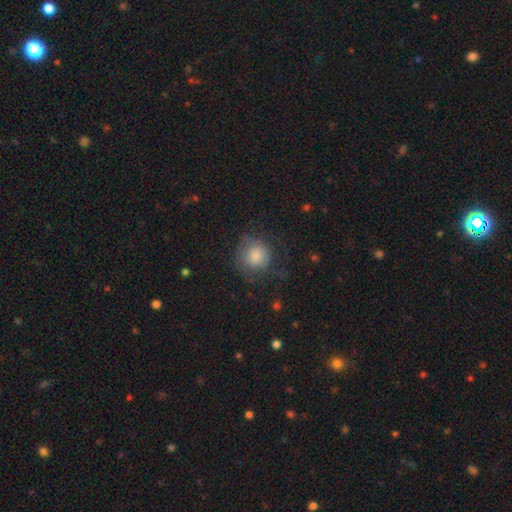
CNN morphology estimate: Overall: smooth (77%). How rounded: round (89%). Merging: none (52%; major disturbance 23%).